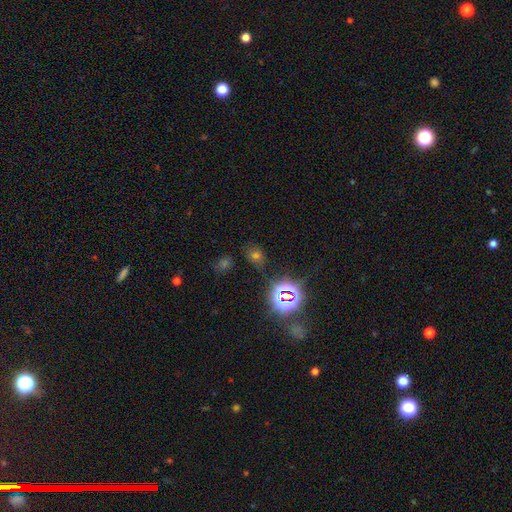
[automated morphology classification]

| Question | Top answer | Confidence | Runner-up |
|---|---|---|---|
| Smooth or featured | star or artifact | 47% | smooth (44%) |